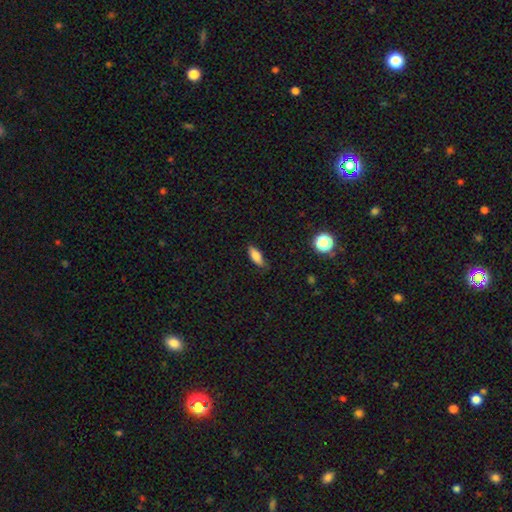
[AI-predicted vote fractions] Smooth or featured? smooth (80%)
How rounded? in between (73%)
Merging? none (78%)